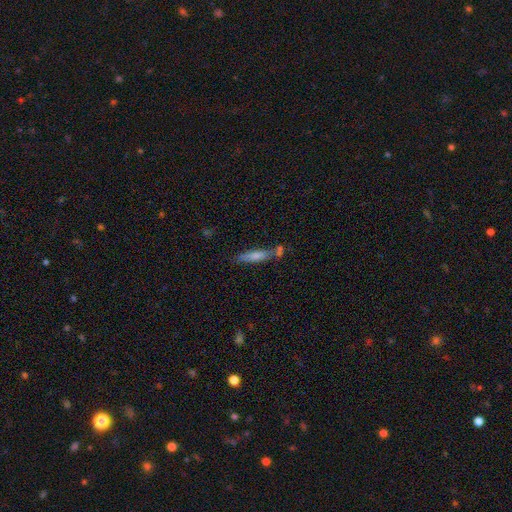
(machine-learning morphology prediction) This is likely a smooth galaxy (64%). How rounded: clearly cigar-shaped (80%). Merging: possibly none (57%).